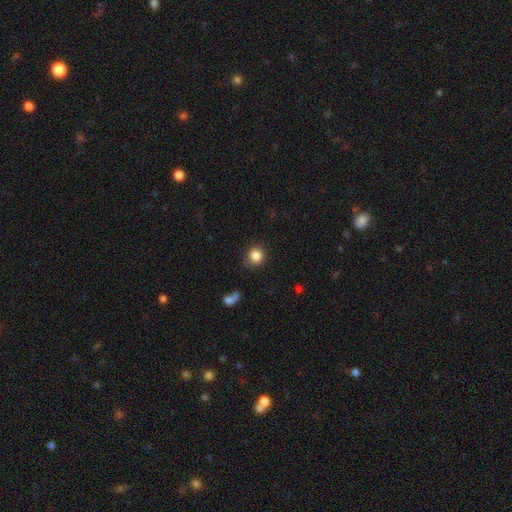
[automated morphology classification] A smooth galaxy with no disk features (85%) that is round (91%). Merging: none (83%).